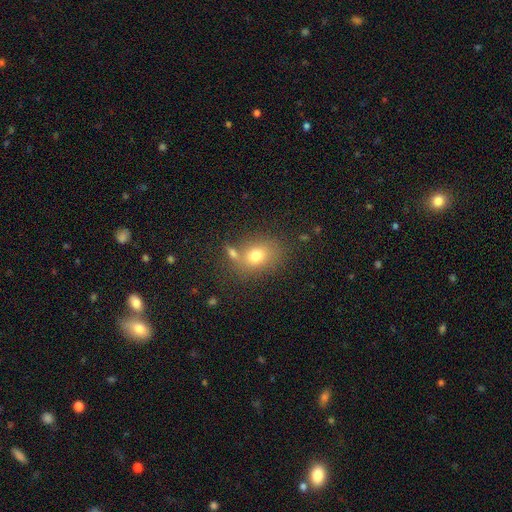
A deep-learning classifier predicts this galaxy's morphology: Smooth or featured? Predicted: smooth (p=0.75). How rounded? Predicted: in between (p=0.57). Merging? Predicted: none (p=0.61).